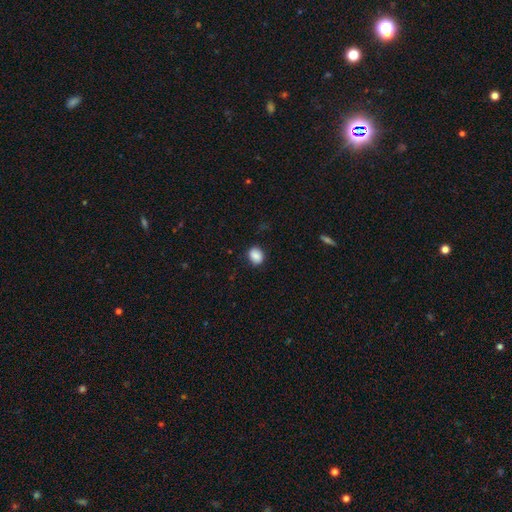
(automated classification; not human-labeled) Morphology: type=smooth (88%); roundness=round (55%); merging=none (84%).